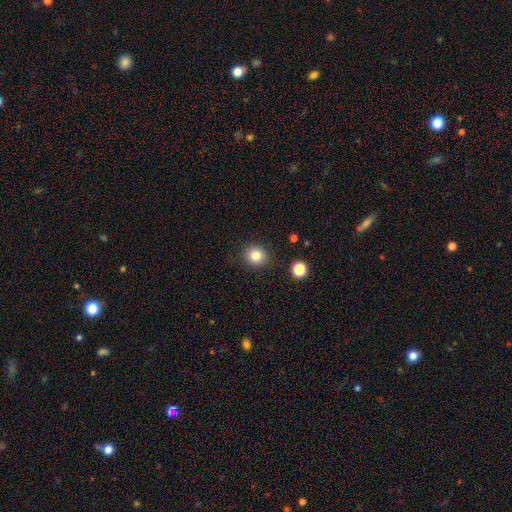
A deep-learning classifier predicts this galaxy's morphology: smooth 82%, star or artifact 12%, featured or disk 6%. Down the decision tree: how rounded — round (83%); merging — none (88%).